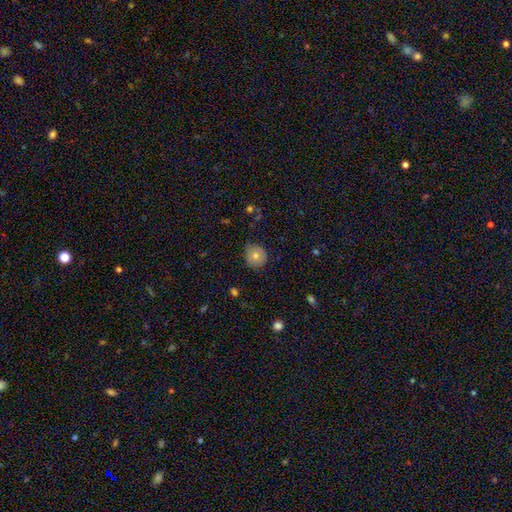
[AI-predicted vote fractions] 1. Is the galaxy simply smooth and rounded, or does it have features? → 70% smooth, 19% featured or disk, 11% star or artifact.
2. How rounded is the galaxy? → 88% round, 11% in between, 1% cigar-shaped.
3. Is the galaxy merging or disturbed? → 78% none, 18% minor disturbance, 3% major disturbance, 1% merger.